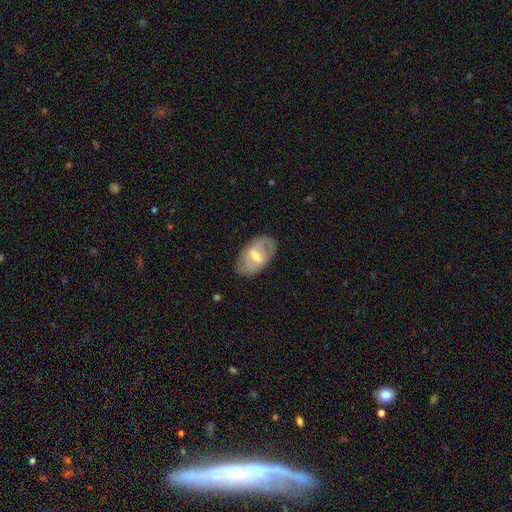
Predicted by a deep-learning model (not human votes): featured or disk 60%, smooth 34%, star or artifact 6%. Down the decision tree: edge-on disk — no (91%); bar — weak (51%); spiral arms — yes (54%); bulge size — moderate (66%); merging — none (79%).